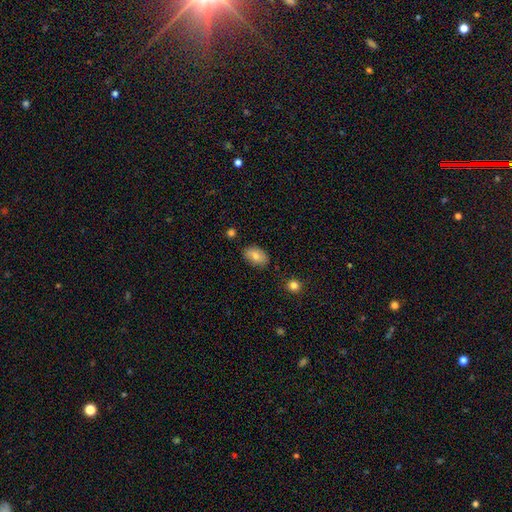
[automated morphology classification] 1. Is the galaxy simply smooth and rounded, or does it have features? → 80% smooth, 12% featured or disk, 8% star or artifact.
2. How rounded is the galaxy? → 88% in between, 11% round, 1% cigar-shaped.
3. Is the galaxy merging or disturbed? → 82% none, 13% minor disturbance, 2% major disturbance, 2% merger.